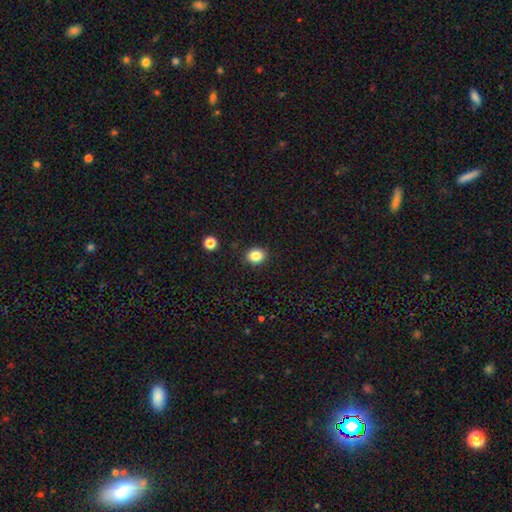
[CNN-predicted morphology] This appears to be a smooth galaxy with no disk features (85%) that is round (66%). Merging: none (90%).